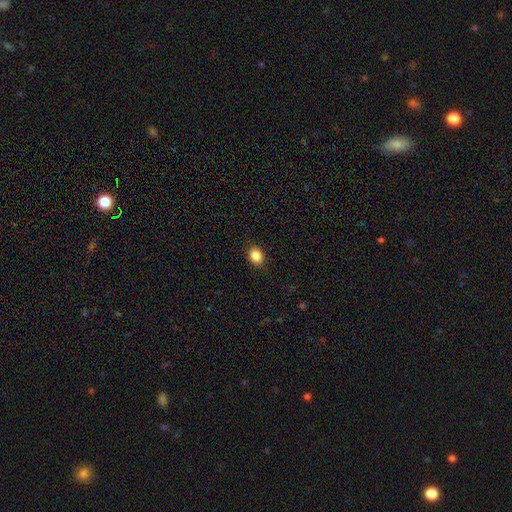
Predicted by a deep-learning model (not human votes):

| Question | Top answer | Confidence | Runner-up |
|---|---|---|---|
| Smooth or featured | smooth | 87% | star or artifact (9%) |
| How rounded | in between | 66% | round (33%) |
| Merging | none | 89% | minor disturbance (8%) |